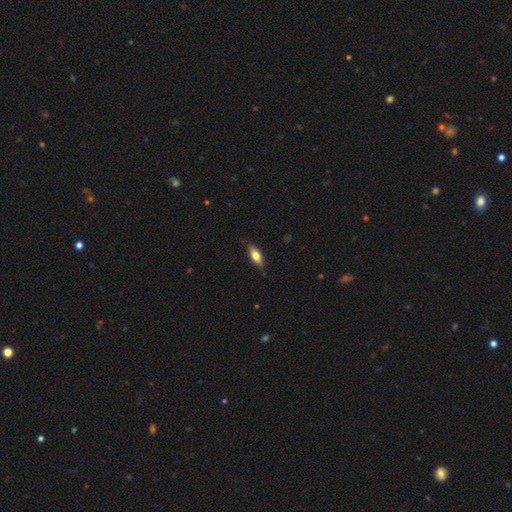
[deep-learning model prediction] Smooth or featured? Predicted: smooth (p=0.70). How rounded? Predicted: in between (p=0.74). Merging? Predicted: none (p=0.83).